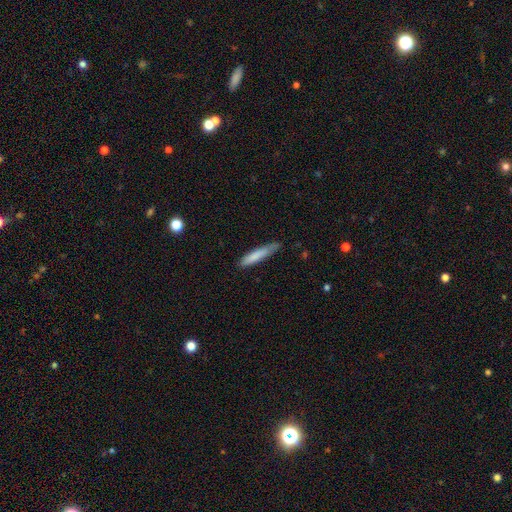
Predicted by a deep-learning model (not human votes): Smooth or featured? smooth (78%)
How rounded? cigar-shaped (88%)
Merging? none (71%)